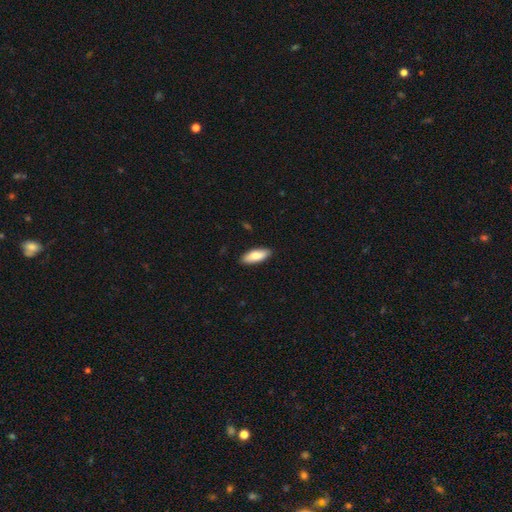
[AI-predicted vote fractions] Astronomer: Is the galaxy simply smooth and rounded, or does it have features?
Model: smooth — 83%.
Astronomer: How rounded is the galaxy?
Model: in between — 75%.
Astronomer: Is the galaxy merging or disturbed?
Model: none — 88%.